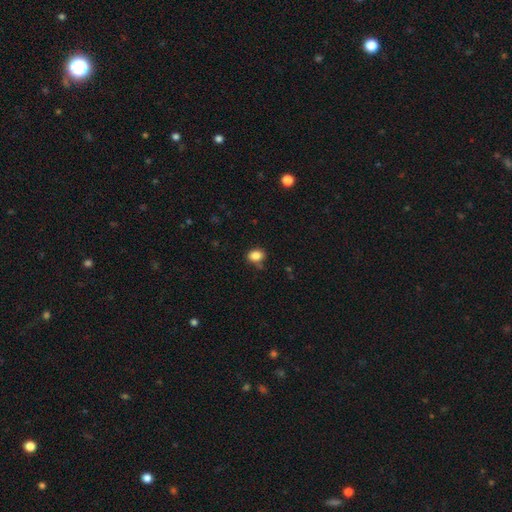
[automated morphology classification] smooth 85%, star or artifact 10%, featured or disk 5%. Down the decision tree: how rounded — in between (65%); merging — none (75%).